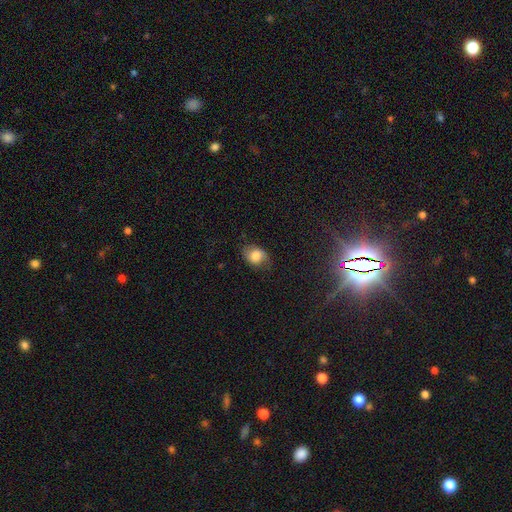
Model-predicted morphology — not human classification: Q: Smooth or featured?
A: smooth (75%); runner-up: featured or disk (16%)
Q: How rounded?
A: in between (66%); runner-up: round (32%)
Q: Merging?
A: none (68%); runner-up: minor disturbance (23%)